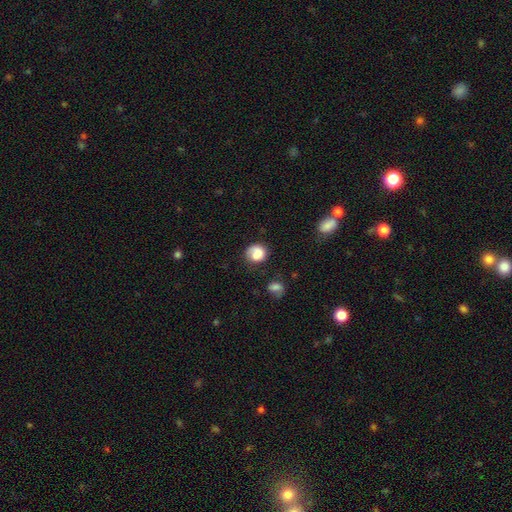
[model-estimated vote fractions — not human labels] A smooth galaxy with no disk features (71%) that is round (72%). Merging: none (56%).